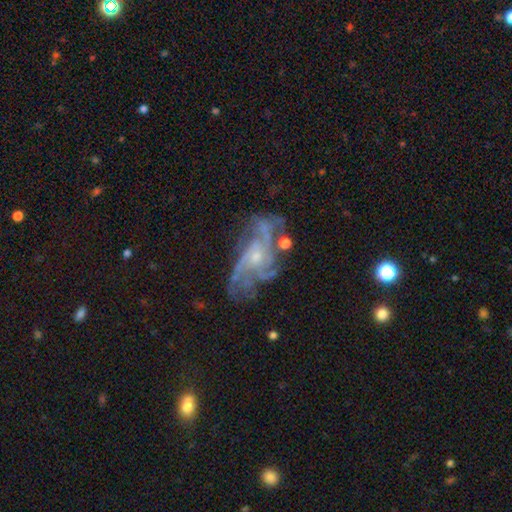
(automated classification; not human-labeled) A featured or disk galaxy (83%) with no bar (72%), medium (46%) spiral arms (91%) and a small central bulge (71%). Merging: none (57%).